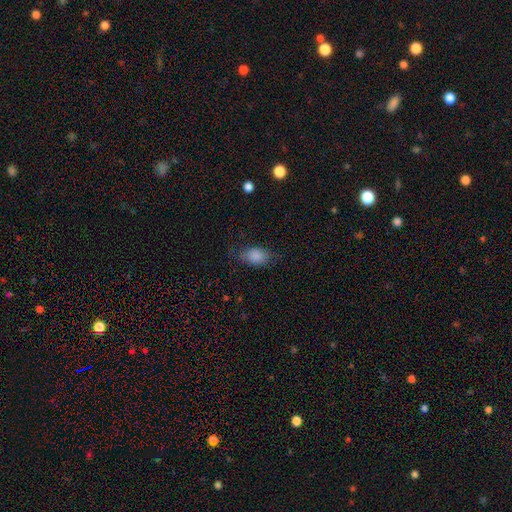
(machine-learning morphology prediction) Smooth or featured? Predicted: smooth (p=0.84). How rounded? Predicted: in between (p=0.85). Merging? Predicted: none (p=0.71).